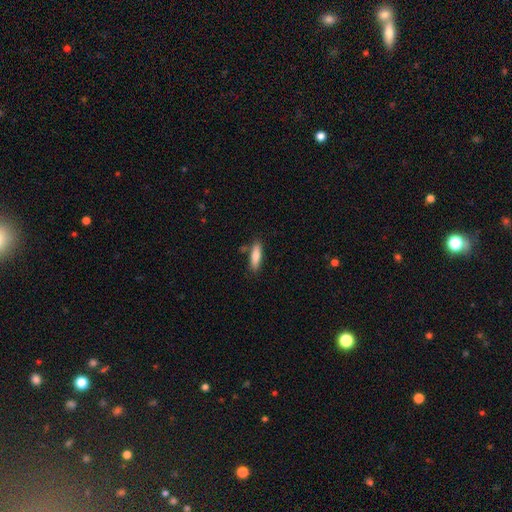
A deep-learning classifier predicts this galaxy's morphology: smooth-or-featured: smooth: 80% | featured or disk: 14% | star or artifact: 6%
  how-rounded: cigar-shaped: 61% | in between: 38% | round: 2%
  merging: none: 79% | minor disturbance: 13% | merger: 5% | major disturbance: 3%